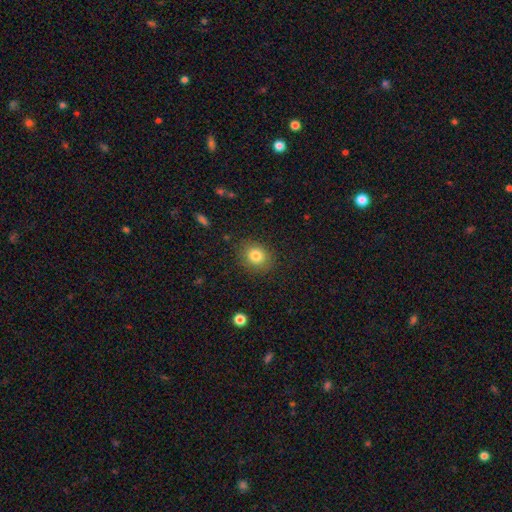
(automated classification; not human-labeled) This appears to be a smooth galaxy with no disk features (82%) that is round (65%). Merging: none (85%).